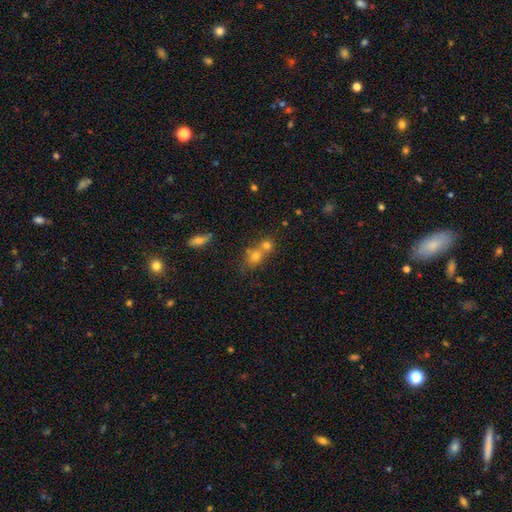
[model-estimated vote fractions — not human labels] The model was most divided on "merging": merger: 51%, none: 38%, minor disturbance: 7%, major disturbance: 3%. More confident: how rounded — round (66%); smooth or featured — smooth (63%).